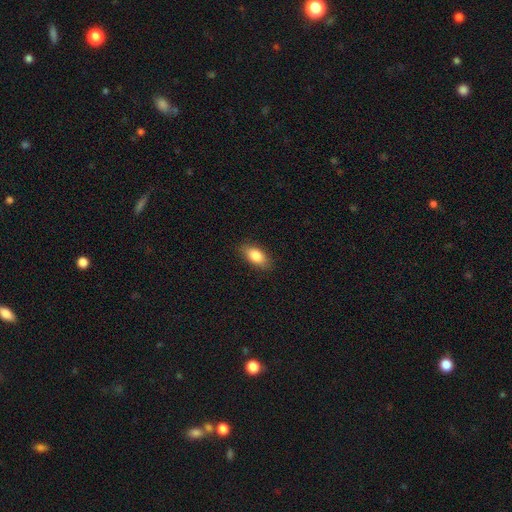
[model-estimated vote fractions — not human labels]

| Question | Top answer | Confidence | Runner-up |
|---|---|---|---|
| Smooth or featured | smooth | 84% | featured or disk (9%) |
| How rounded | in between | 87% | cigar-shaped (9%) |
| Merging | none | 85% | minor disturbance (11%) |